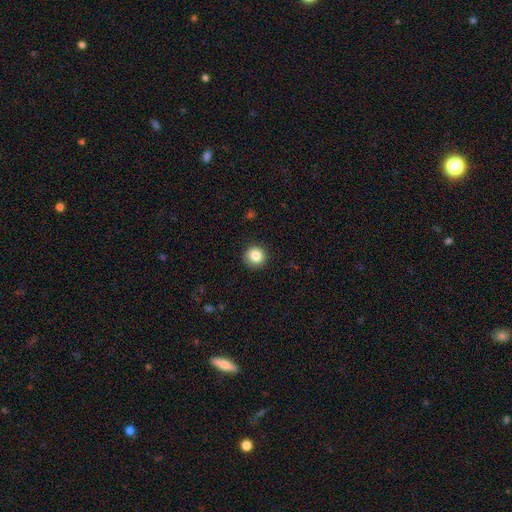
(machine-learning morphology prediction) This appears to be a smooth galaxy with no disk features (84%) that is round (94%). Merging: none (92%).